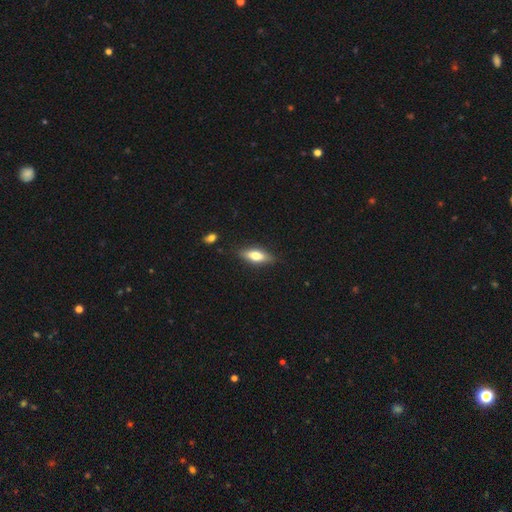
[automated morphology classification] Smooth or featured: smooth — 64% (featured or disk — 29%)
How rounded: in between — 63% (cigar-shaped — 34%)
Merging: none — 85% (minor disturbance — 11%)